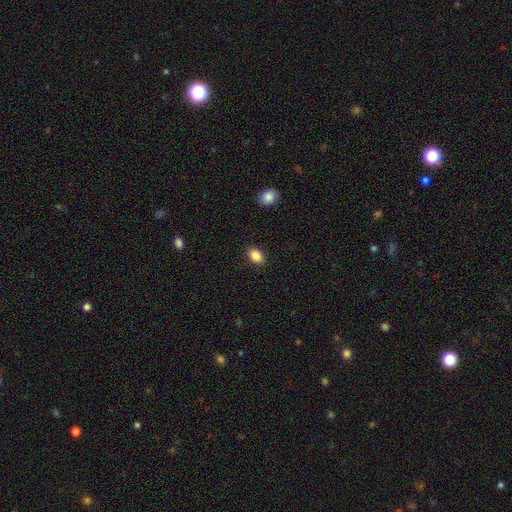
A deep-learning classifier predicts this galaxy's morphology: A smooth galaxy with no disk features (87%) that is in between round and cigar-shaped (84%). Merging: none (88%).